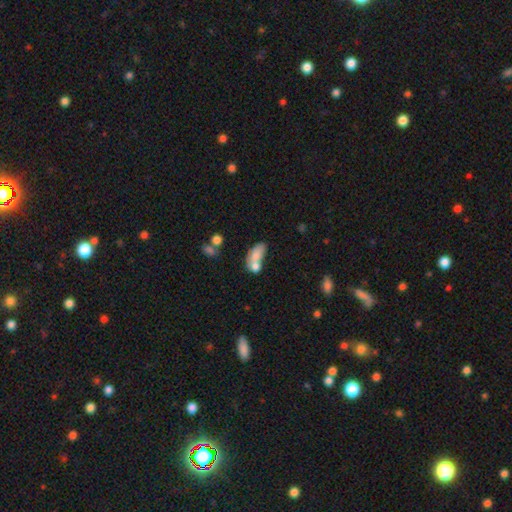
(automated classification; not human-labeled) smooth 71%, featured or disk 20%, star or artifact 9%. Down the decision tree: how rounded — in between (88%); merging — merger (56%).